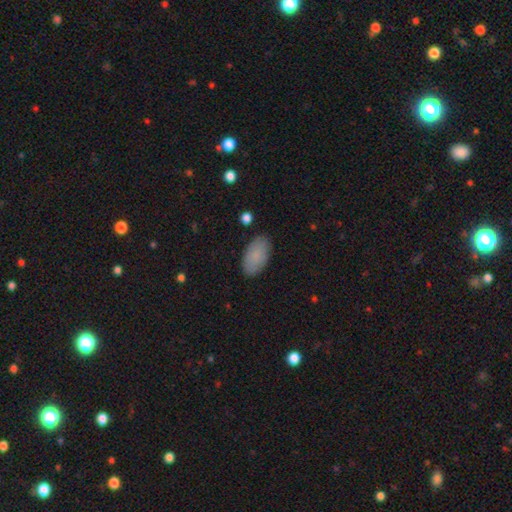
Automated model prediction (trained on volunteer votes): The model was most divided on "merging": none: 86%, minor disturbance: 10%, major disturbance: 2%, merger: 1%. More confident: how rounded — in between (95%); smooth or featured — smooth (85%).